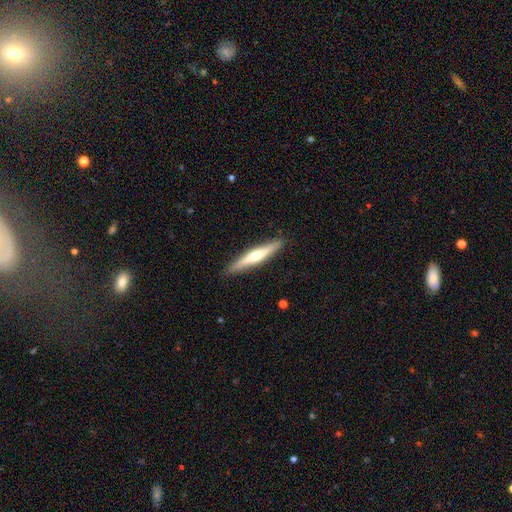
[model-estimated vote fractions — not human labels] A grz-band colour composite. It shows a featured or disk galaxy (56%) viewed edge-on (95%) with a rounded central bulge (84%). Merging: none (90%).